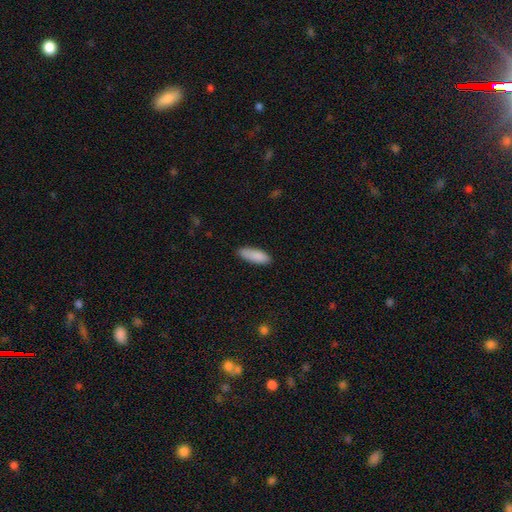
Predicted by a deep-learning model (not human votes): Smooth or featured?
  - smooth: 89% *
  - star or artifact: 6%
  - featured or disk: 5%
How rounded?
  - in between: 67% *
  - cigar-shaped: 31%
  - round: 2%
Merging?
  - none: 84% *
  - minor disturbance: 13%
  - major disturbance: 2%
  - merger: 1%